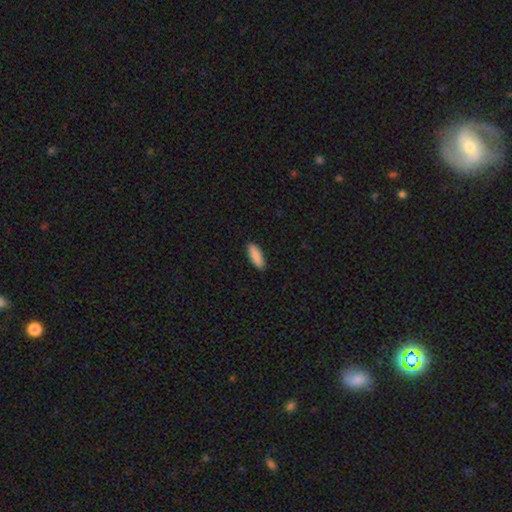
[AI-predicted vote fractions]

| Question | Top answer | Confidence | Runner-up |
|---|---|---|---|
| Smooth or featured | smooth | 90% | star or artifact (6%) |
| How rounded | in between | 57% | cigar-shaped (41%) |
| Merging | none | 89% | minor disturbance (8%) |